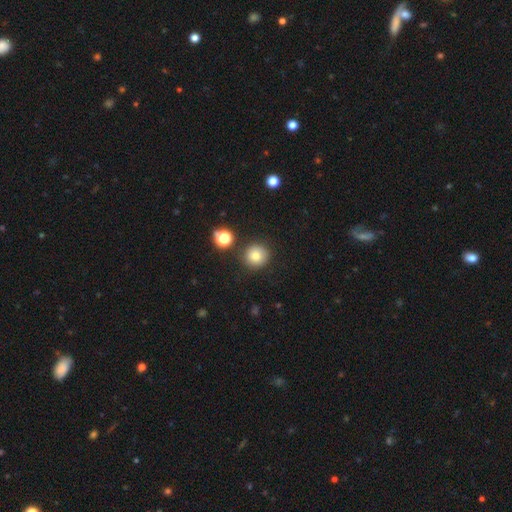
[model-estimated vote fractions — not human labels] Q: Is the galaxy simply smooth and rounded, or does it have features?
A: smooth — 78%.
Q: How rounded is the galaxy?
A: round — 93%.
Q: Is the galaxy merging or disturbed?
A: none — 85%.